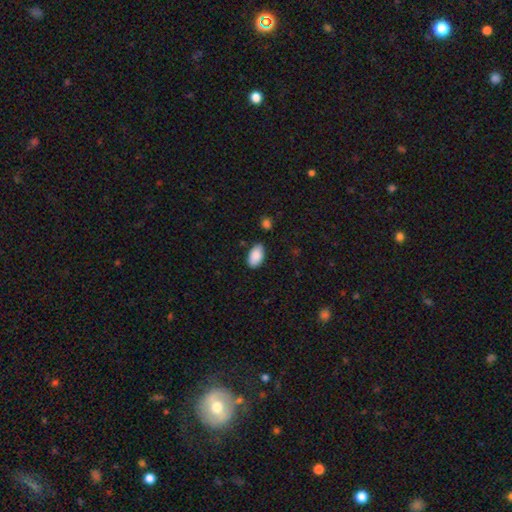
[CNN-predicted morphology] Smooth or featured?
  - smooth: 89% *
  - star or artifact: 6%
  - featured or disk: 5%
How rounded?
  - in between: 95% *
  - round: 3%
  - cigar-shaped: 2%
Merging?
  - none: 80% *
  - minor disturbance: 15%
  - major disturbance: 3%
  - merger: 3%